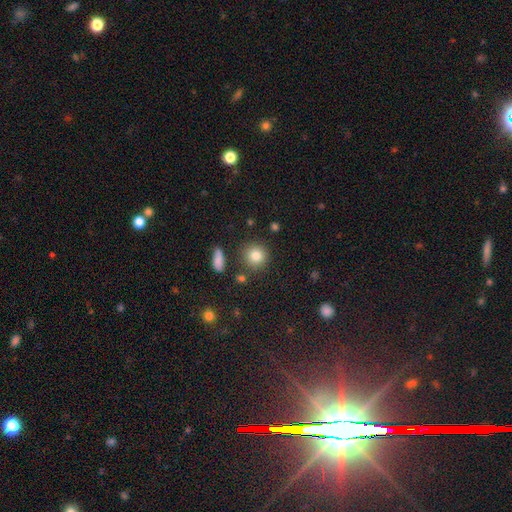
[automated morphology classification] A smooth galaxy with no disk features (83%) that is round (89%).

Vote fractions:
- Smooth or featured? smooth: 83% / star or artifact: 10% / featured or disk: 7%
- How rounded? round: 89% / in between: 10% / cigar-shaped: 1%
- Merging? none: 83% / minor disturbance: 9% / merger: 5% / major disturbance: 3%